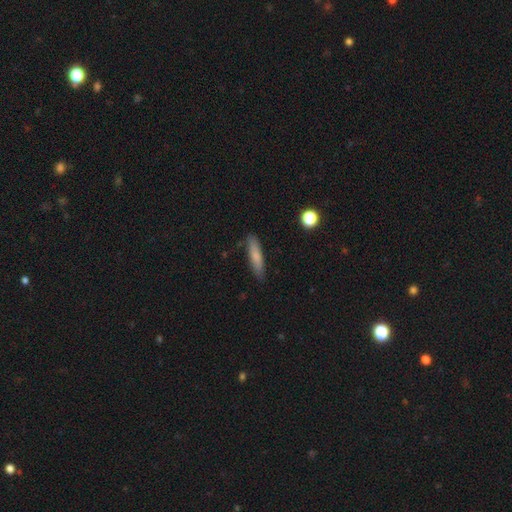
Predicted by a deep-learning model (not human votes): This is likely a smooth galaxy (75%). How rounded: clearly cigar-shaped (80%). Merging: clearly none (85%).